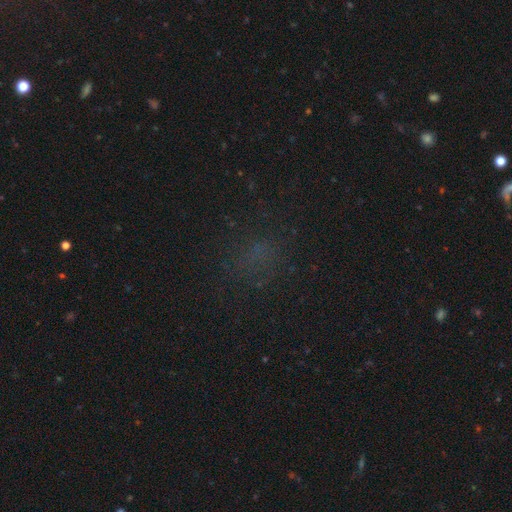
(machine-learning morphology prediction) A smooth galaxy with no disk features (45%). Merging: none (77%).